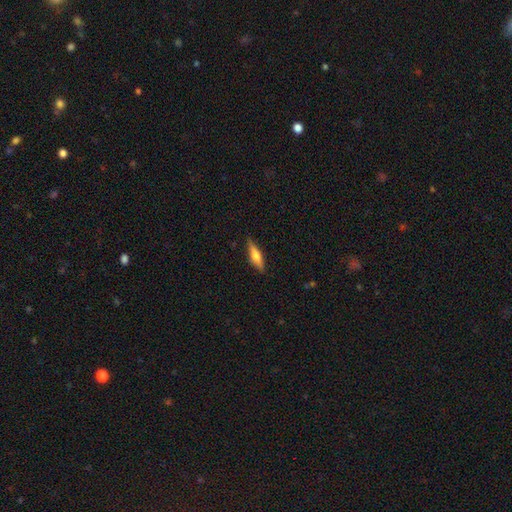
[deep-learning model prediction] Q: Smooth or featured?
A: smooth (51%); runner-up: featured or disk (43%)
Q: How rounded?
A: cigar-shaped (68%); runner-up: in between (30%)
Q: Merging?
A: none (87%); runner-up: minor disturbance (10%)